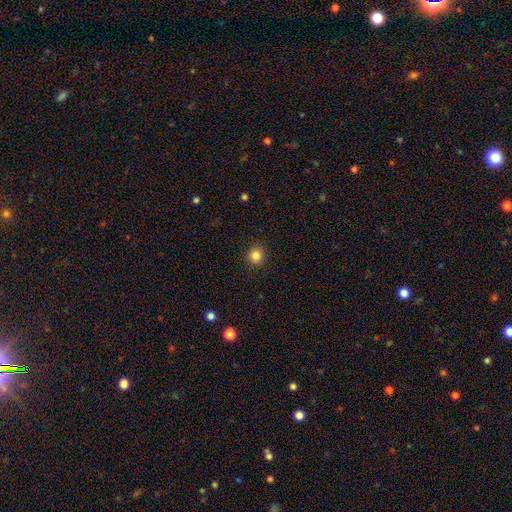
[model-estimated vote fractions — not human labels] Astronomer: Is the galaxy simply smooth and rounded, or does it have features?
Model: smooth — 84%.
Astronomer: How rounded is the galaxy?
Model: round — 93%.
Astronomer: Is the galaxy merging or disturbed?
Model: none — 91%.